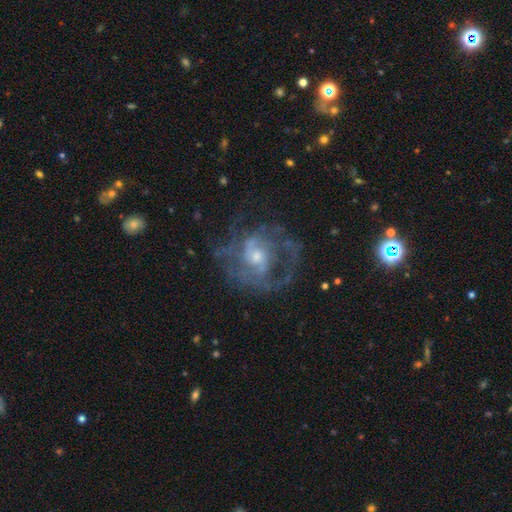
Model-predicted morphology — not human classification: Smooth or featured?
  - featured or disk: 78% *
  - smooth: 13%
  - star or artifact: 9%
Edge-on disk?
  - no: 97% *
  - yes: 3%
Bar?
  - no: 68% *
  - weak: 27%
  - strong: 5%
Spiral arms?
  - yes: 79% *
  - no: 21%
Spiral winding?
  - medium: 43% *
  - tight: 35%
  - loose: 22%
Spiral arm count?
  - can't tell: 36% *
  - 2: 30%
  - 3: 15%
  - 1: 10%
  - 4: 5%
  - more than 4: 4%
Bulge size?
  - small: 47% *
  - moderate: 45%
  - large: 4%
  - none: 3%
  - dominant: 1%
Merging?
  - none: 55% *
  - major disturbance: 25%
  - minor disturbance: 18%
  - merger: 2%